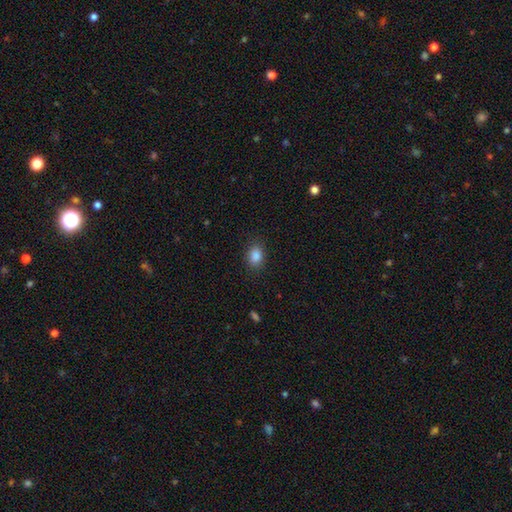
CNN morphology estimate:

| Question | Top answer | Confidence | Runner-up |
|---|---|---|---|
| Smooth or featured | smooth | 87% | star or artifact (9%) |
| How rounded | in between | 72% | round (27%) |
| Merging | none | 85% | minor disturbance (11%) |